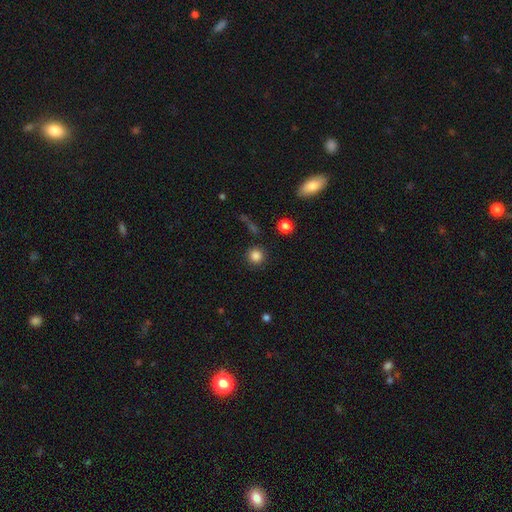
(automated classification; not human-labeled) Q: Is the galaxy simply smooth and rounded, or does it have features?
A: smooth — 84%.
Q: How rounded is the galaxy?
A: round — 94%.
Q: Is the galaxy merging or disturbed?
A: none — 88%.